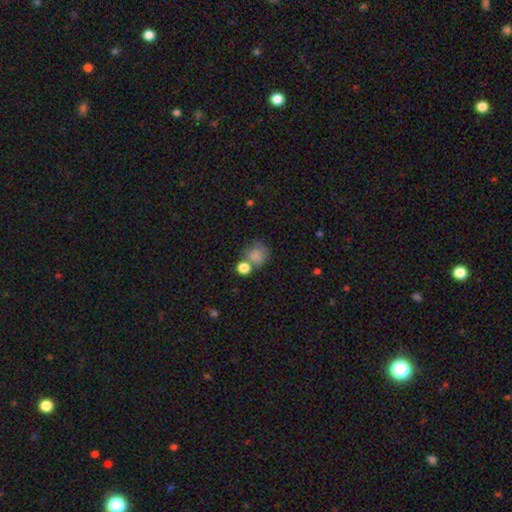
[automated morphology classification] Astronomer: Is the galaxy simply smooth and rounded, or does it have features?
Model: smooth — 81%.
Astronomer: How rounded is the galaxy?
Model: round — 83%.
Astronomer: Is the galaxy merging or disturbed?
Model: none — 50% (runner-up: merger, 29%).